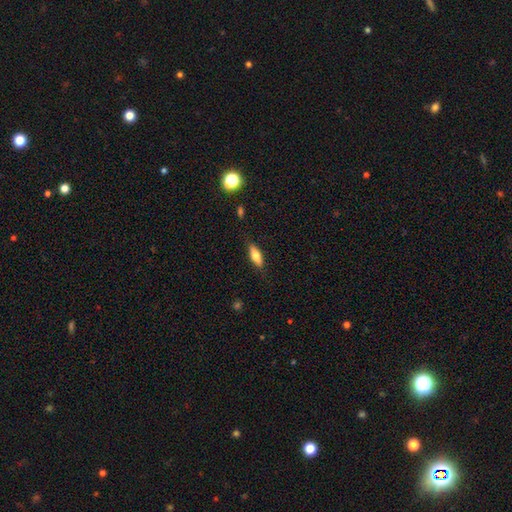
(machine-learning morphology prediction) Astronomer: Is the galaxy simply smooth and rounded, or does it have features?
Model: smooth — 67%.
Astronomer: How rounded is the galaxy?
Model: in between — 61% (runner-up: cigar-shaped, 36%).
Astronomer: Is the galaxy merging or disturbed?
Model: none — 85%.